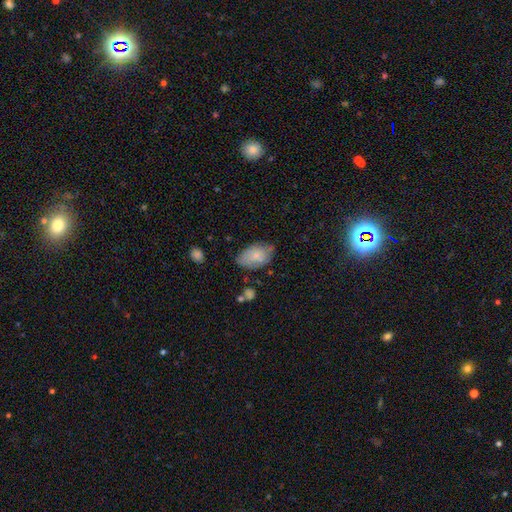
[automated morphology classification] smooth 72%, featured or disk 21%, star or artifact 7%. Down the decision tree: how rounded — in between (92%); merging — none (58%).